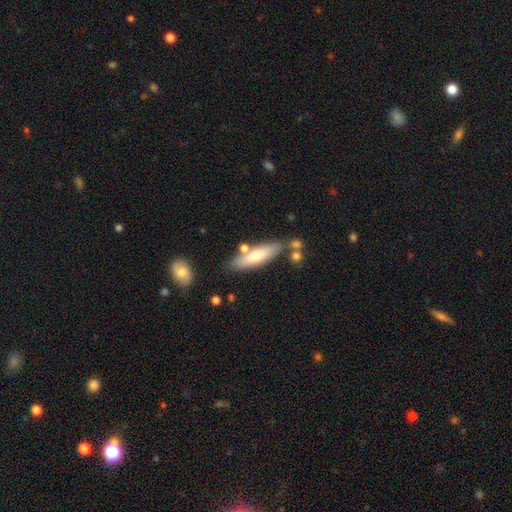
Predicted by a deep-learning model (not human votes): Smooth or featured: smooth — 63% (featured or disk — 31%)
How rounded: cigar-shaped — 60% (in between — 38%)
Merging: none — 71% (minor disturbance — 15%)